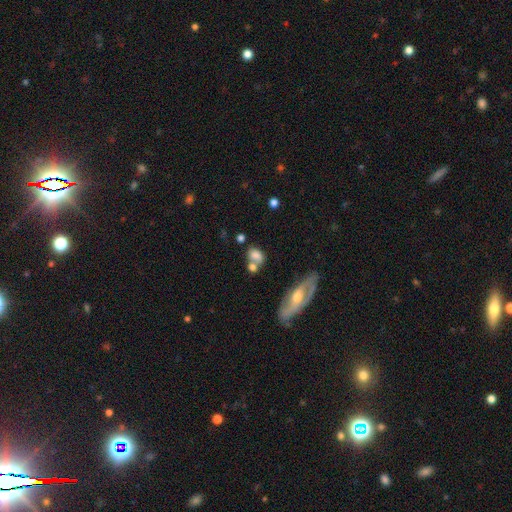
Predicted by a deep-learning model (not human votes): Smooth or featured? Predicted: smooth (p=0.69). How rounded? Predicted: in between (p=0.69). Merging? Predicted: merger (p=0.38).